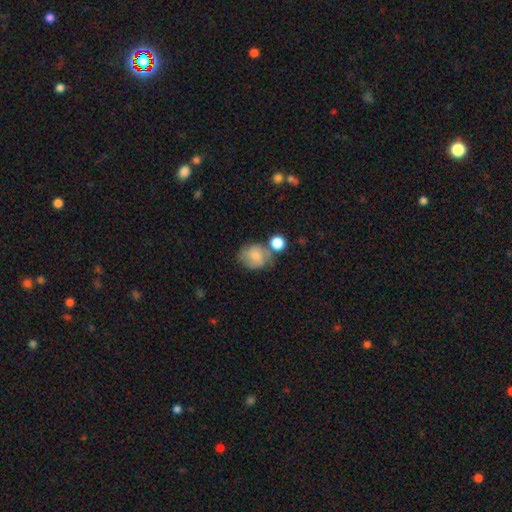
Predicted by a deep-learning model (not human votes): This is likely a smooth galaxy (67%). How rounded: likely round (61%). Merging: possibly none (47%).